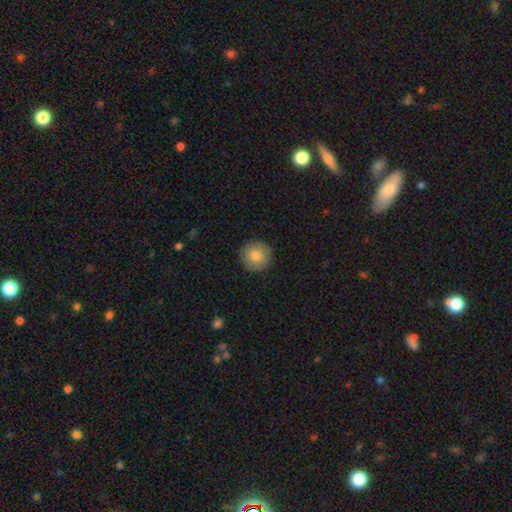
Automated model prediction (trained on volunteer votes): smooth 82%, featured or disk 10%, star or artifact 8%. Down the decision tree: how rounded — round (95%); merging — none (90%).